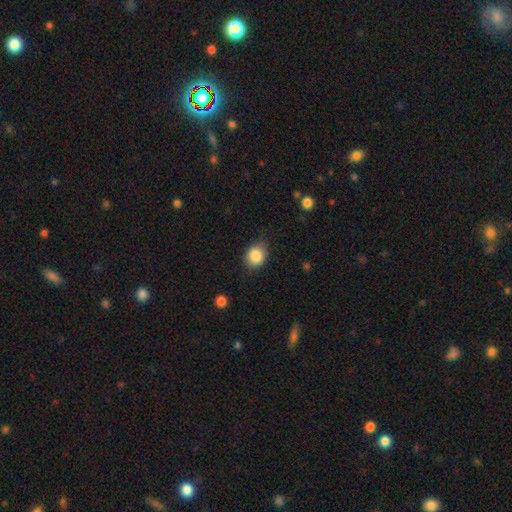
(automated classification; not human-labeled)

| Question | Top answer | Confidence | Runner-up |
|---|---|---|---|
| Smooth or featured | smooth | 85% | star or artifact (9%) |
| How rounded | round | 55% | in between (44%) |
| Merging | none | 77% | minor disturbance (18%) |